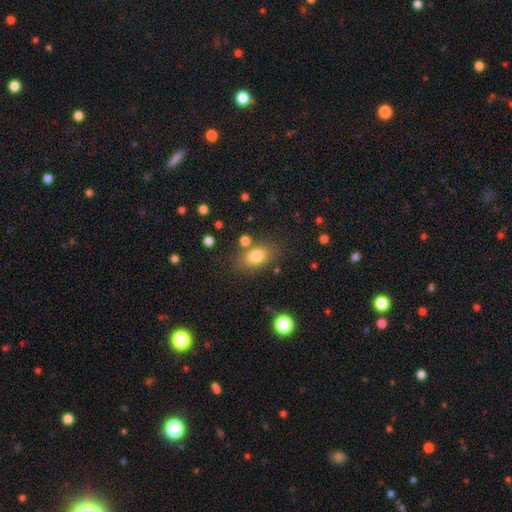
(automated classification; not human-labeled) This appears to be a smooth galaxy with no disk features (79%) that is in between round and cigar-shaped (80%). Merging: none (75%).